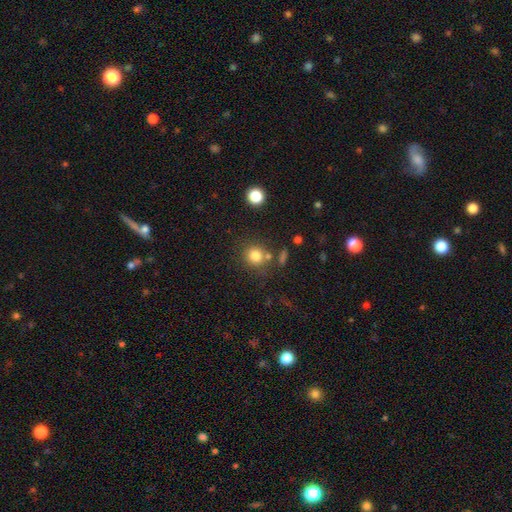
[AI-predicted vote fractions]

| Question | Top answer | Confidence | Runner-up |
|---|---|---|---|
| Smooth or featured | smooth | 81% | star or artifact (12%) |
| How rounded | round | 89% | in between (10%) |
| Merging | none | 73% | merger (13%) |